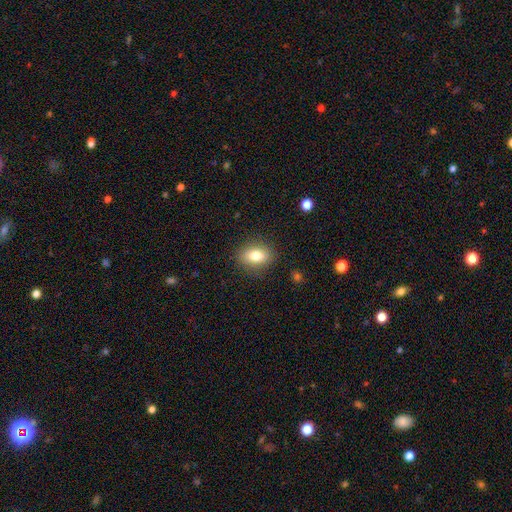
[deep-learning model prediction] Smooth or featured? Predicted: smooth (p=0.80). How rounded? Predicted: in between (p=0.75). Merging? Predicted: none (p=0.87).